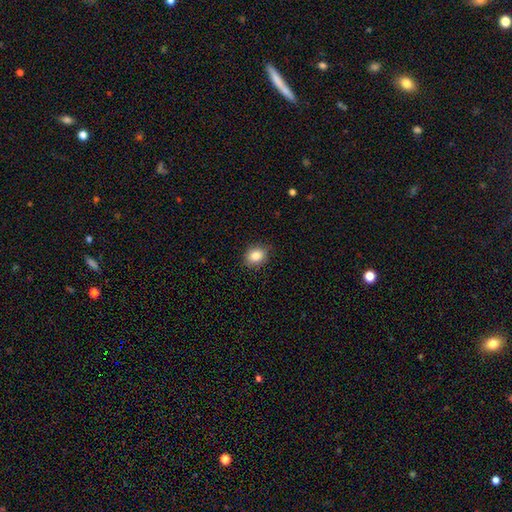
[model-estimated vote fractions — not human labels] Morphology: type=smooth (84%); roundness=round (53%); merging=none (86%).